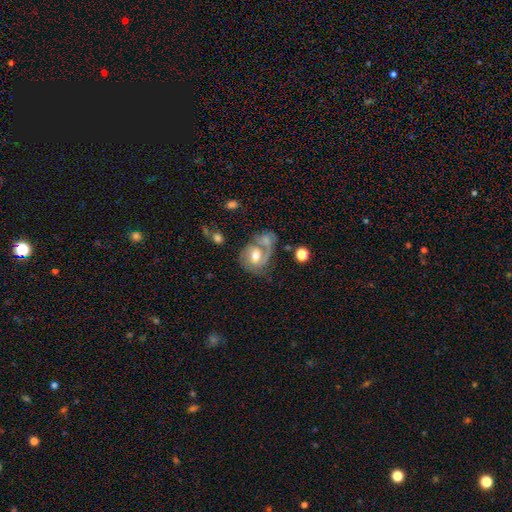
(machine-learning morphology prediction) This appears to be a featured or disk galaxy (66%) with no bar (52%), 2 (59%) medium (44%) spiral arms (85%) and a moderate central bulge (69%). Merging: merger (42%).